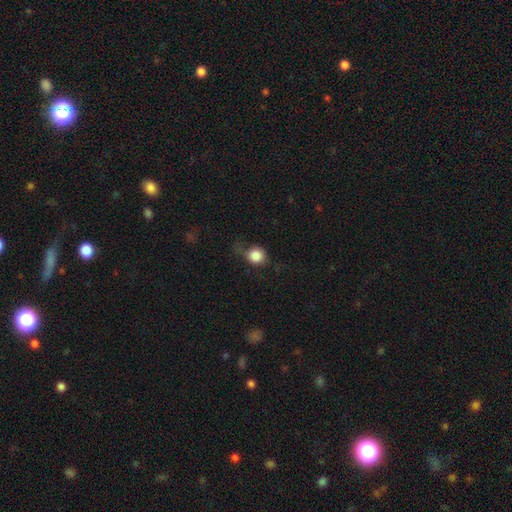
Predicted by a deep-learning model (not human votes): smooth_or_featured: smooth (p=0.82) [alt: star or artifact p=0.10]
how_rounded: round (p=0.85) [alt: in between p=0.14]
merging: none (p=0.50) [alt: minor disturbance p=0.29]